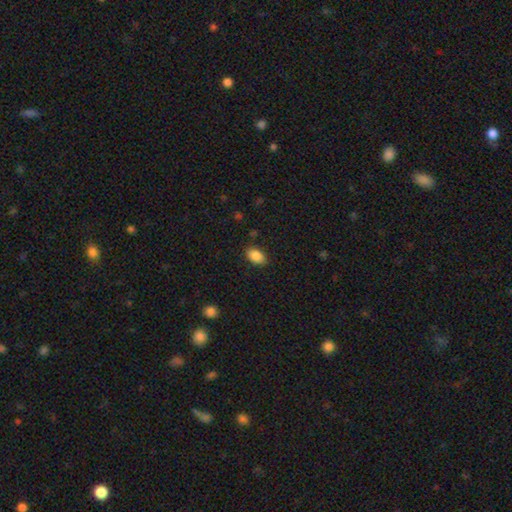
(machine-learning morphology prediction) The model was most divided on "merging": none: 85%, minor disturbance: 11%, major disturbance: 3%, merger: 1%. More confident: how rounded — in between (91%); smooth or featured — smooth (87%).